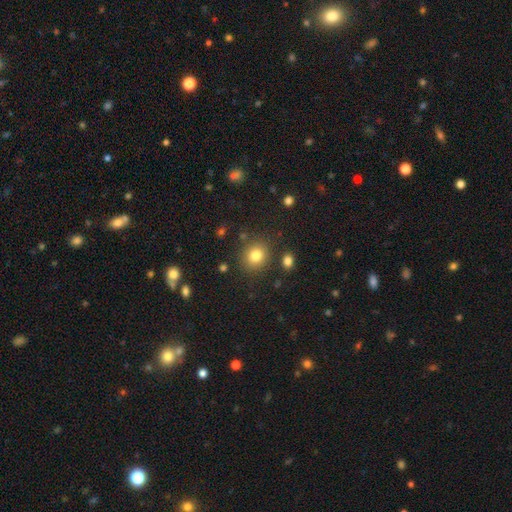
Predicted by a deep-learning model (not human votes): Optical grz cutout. It shows a smooth galaxy with no disk features (80%) that is round (78%). Merging: none (84%).